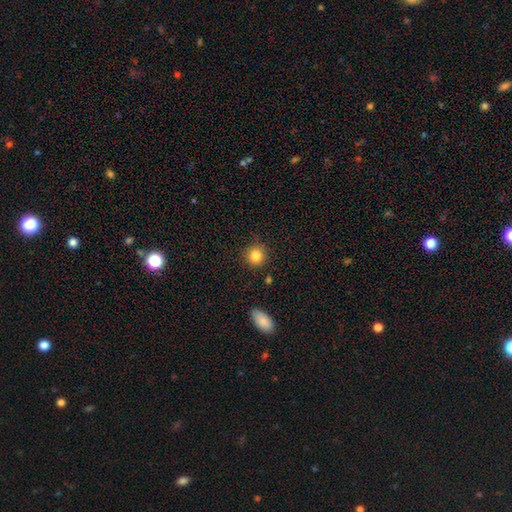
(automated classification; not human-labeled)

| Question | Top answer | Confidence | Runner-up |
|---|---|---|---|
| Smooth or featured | smooth | 85% | star or artifact (10%) |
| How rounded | round | 91% | in between (8%) |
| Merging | none | 88% | minor disturbance (8%) |